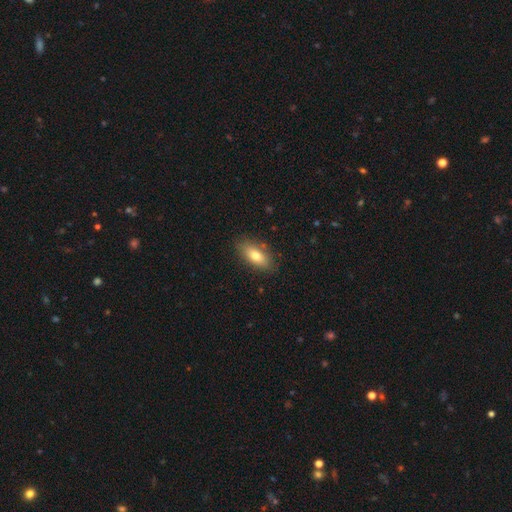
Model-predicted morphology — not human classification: The model was most divided on "smooth or featured": smooth: 75%, featured or disk: 17%, star or artifact: 7%. More confident: merging — none (84%); how rounded — in between (83%).